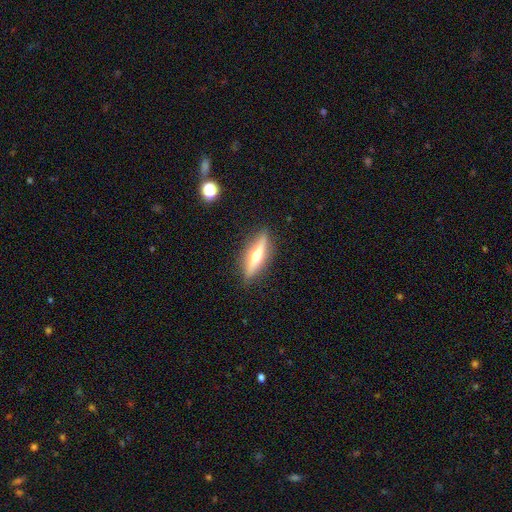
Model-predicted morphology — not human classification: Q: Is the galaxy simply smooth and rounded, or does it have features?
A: featured or disk — 64%.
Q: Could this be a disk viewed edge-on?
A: yes — 93%.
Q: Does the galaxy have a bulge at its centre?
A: rounded — 93%.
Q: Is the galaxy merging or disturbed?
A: none — 88%.